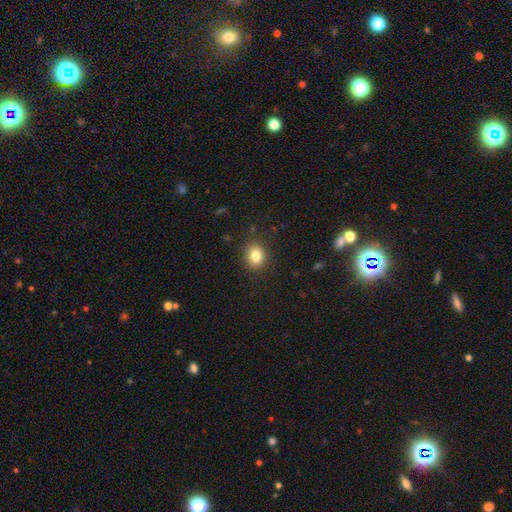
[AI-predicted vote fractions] smooth-or-featured: smooth: 83% | star or artifact: 11% | featured or disk: 7%
  how-rounded: round: 60% | in between: 39% | cigar-shaped: 1%
  merging: none: 88% | minor disturbance: 9% | major disturbance: 3% | merger: 1%